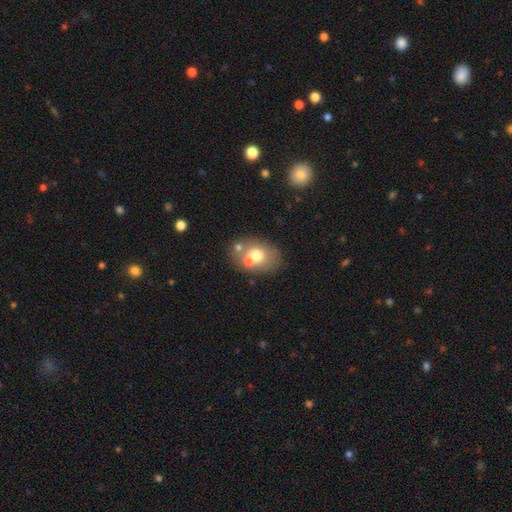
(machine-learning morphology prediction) A smooth galaxy with no disk features (62%) that is in between round and cigar-shaped (63%).

Vote fractions:
- Smooth or featured? smooth: 62% / featured or disk: 27% / star or artifact: 10%
- How rounded? in between: 63% / round: 36% / cigar-shaped: 1%
- Merging? none: 52% / merger: 29% / minor disturbance: 13% / major disturbance: 6%